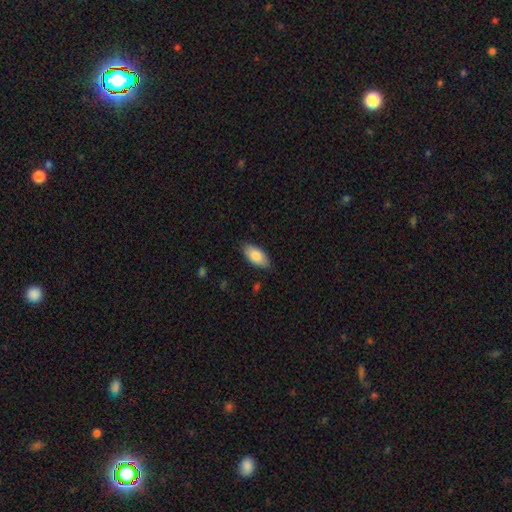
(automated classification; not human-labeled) Smooth or featured: smooth — 84% (featured or disk — 10%)
How rounded: in between — 93% (cigar-shaped — 4%)
Merging: none — 84% (minor disturbance — 13%)